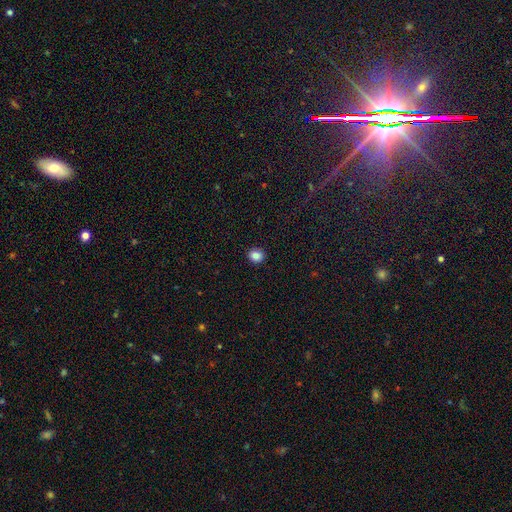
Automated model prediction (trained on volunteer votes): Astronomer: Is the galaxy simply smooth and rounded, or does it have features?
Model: smooth — 85%.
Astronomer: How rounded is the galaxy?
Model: round — 71%.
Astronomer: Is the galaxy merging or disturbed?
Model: none — 91%.